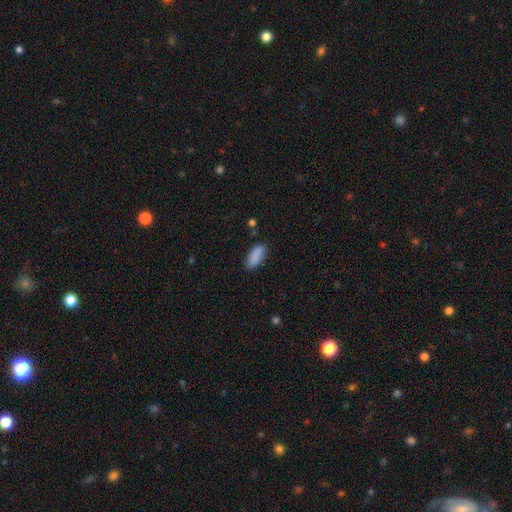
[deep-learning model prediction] Smooth or featured? smooth (87%)
How rounded? in between (81%)
Merging? none (80%)